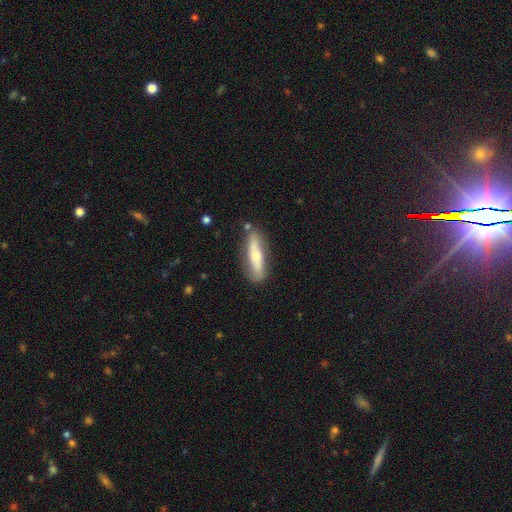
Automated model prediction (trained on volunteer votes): This is possibly a smooth galaxy (49%). Merging: clearly none (80%).